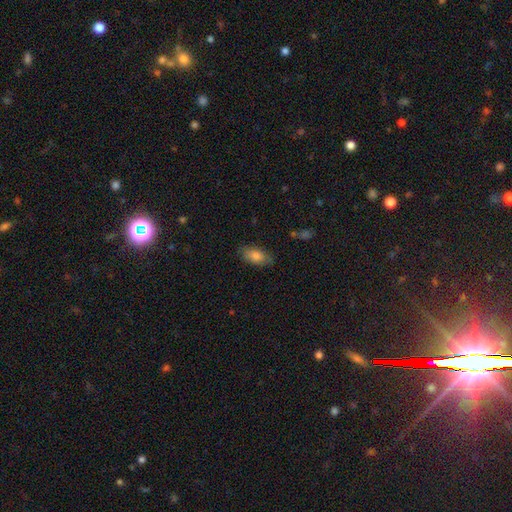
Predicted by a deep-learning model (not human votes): A smooth galaxy with no disk features (82%) that is in between round and cigar-shaped (89%).

Vote fractions:
- Smooth or featured? smooth: 82% / featured or disk: 10% / star or artifact: 7%
- How rounded? in between: 89% / cigar-shaped: 7% / round: 3%
- Merging? none: 82% / minor disturbance: 14% / major disturbance: 3% / merger: 1%